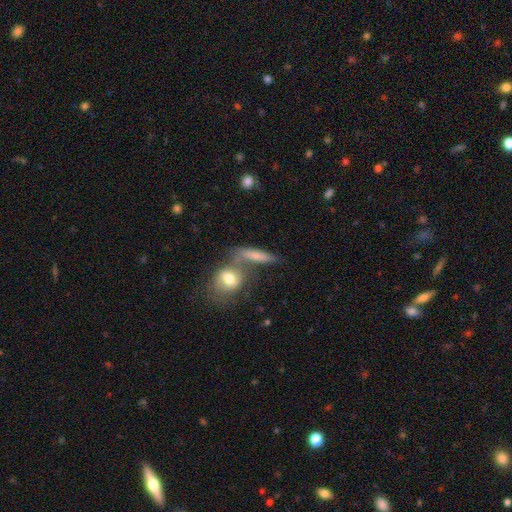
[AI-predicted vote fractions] This appears to be a smooth galaxy with no disk features (69%) that is cigar-shaped (55%). Merging: none (46%).